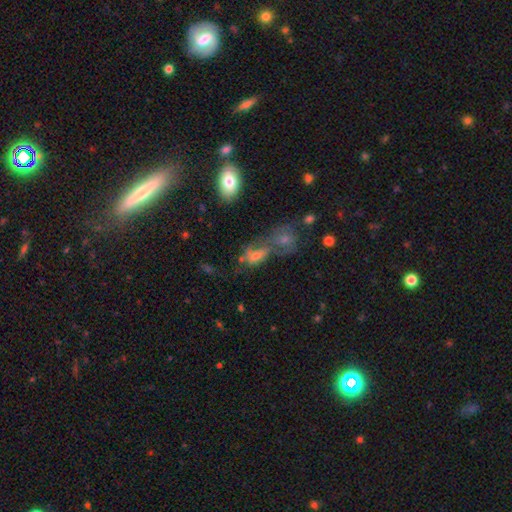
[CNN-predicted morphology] A smooth galaxy with no disk features (48%). Merging: merger (43%).